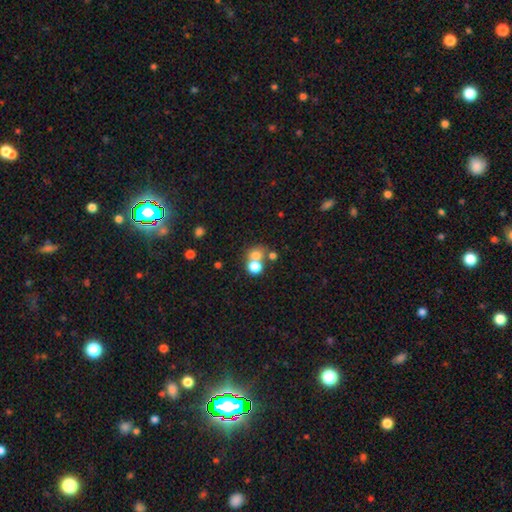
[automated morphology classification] smooth_or_featured: smooth (p=0.71) [alt: star or artifact p=0.16]
how_rounded: round (p=0.74) [alt: in between p=0.25]
merging: merger (p=0.46) [alt: none p=0.42]